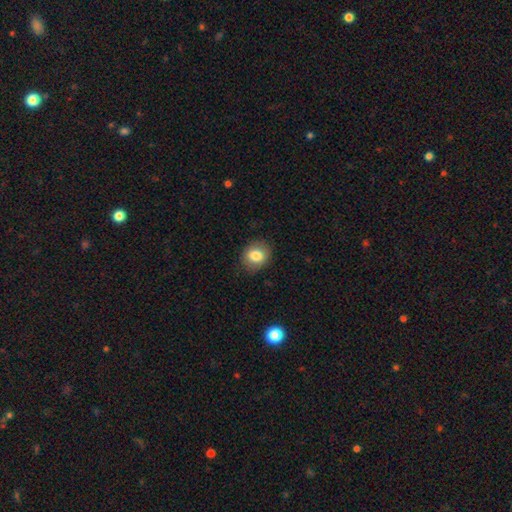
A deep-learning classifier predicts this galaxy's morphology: The model was most divided on "how rounded": round: 60%, in between: 39%, cigar-shaped: 1%. More confident: merging — none (85%); smooth or featured — smooth (81%).